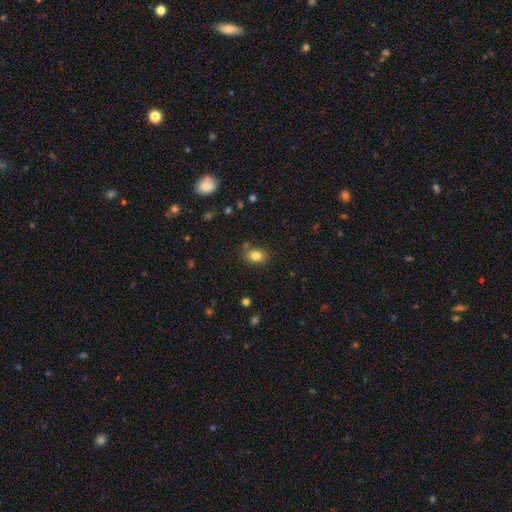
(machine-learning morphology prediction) smooth-or-featured: smooth: 81% | star or artifact: 11% | featured or disk: 8%
  how-rounded: in between: 72% | round: 27% | cigar-shaped: 1%
  merging: none: 80% | minor disturbance: 12% | merger: 5% | major disturbance: 3%